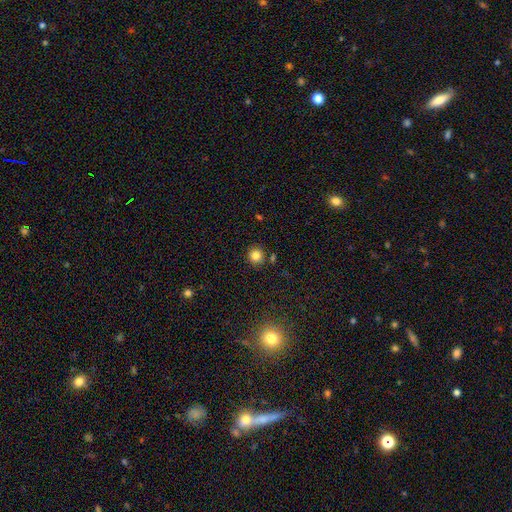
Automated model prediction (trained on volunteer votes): A smooth galaxy with no disk features (82%) that is round (91%). Merging: none (85%).